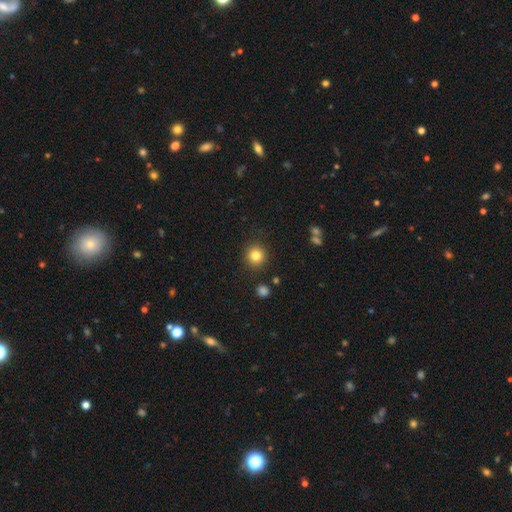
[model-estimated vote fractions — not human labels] This appears to be a smooth galaxy with no disk features (83%) that is round (92%). Merging: none (90%).